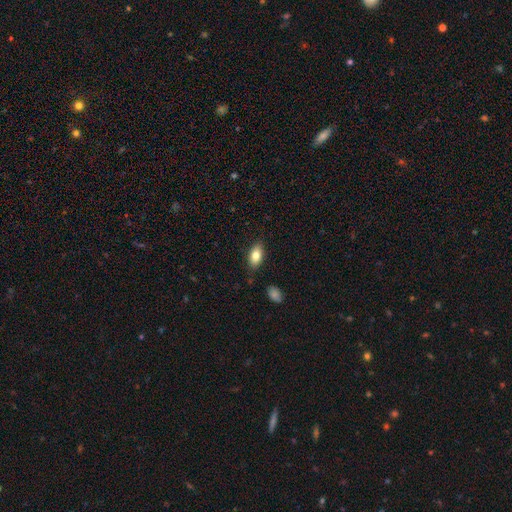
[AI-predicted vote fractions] smooth-or-featured: smooth: 80% | featured or disk: 13% | star or artifact: 7%
  how-rounded: in between: 91% | round: 5% | cigar-shaped: 5%
  merging: none: 85% | minor disturbance: 11% | major disturbance: 2% | merger: 2%